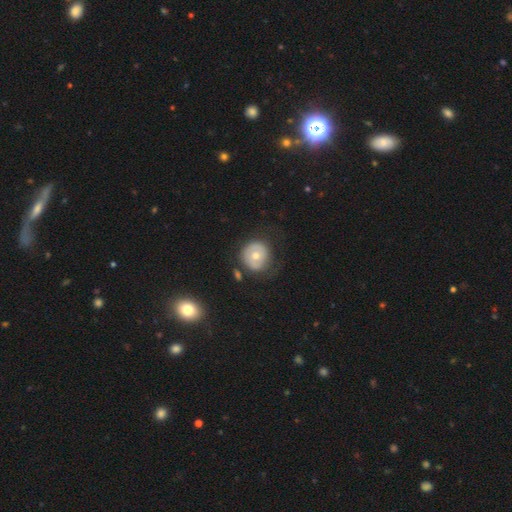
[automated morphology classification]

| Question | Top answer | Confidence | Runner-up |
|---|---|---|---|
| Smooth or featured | smooth | 56% | featured or disk (37%) |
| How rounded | round | 86% | in between (13%) |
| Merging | none | 64% | minor disturbance (22%) |